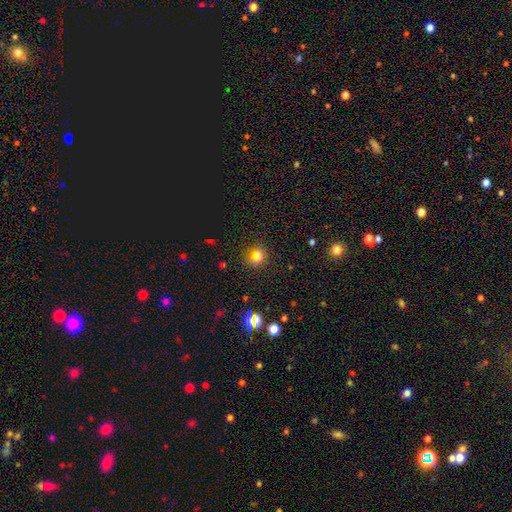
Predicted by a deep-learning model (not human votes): Overall: smooth (61%; star or artifact 28%). How rounded: round (77%). Merging: none (70%).